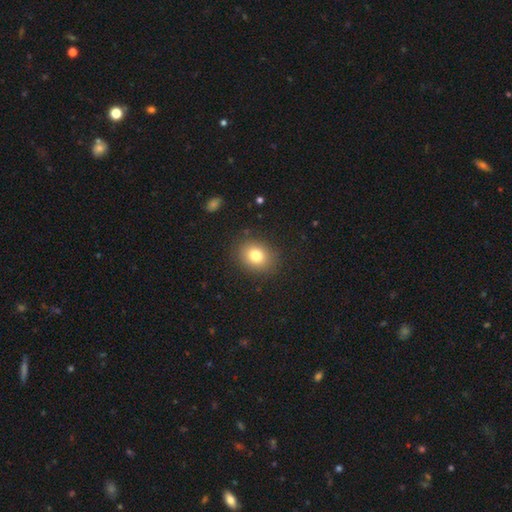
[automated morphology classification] smooth 79%, star or artifact 11%, featured or disk 10%. Down the decision tree: how rounded — round (55%); merging — none (87%).